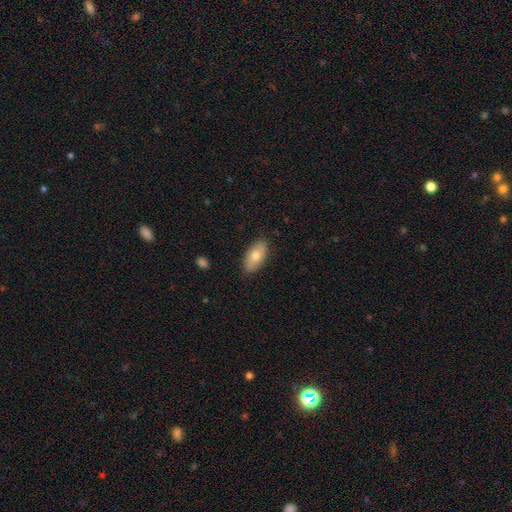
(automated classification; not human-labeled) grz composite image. It shows a smooth galaxy with no disk features (70%) that is in between round and cigar-shaped (92%). Merging: none (84%).